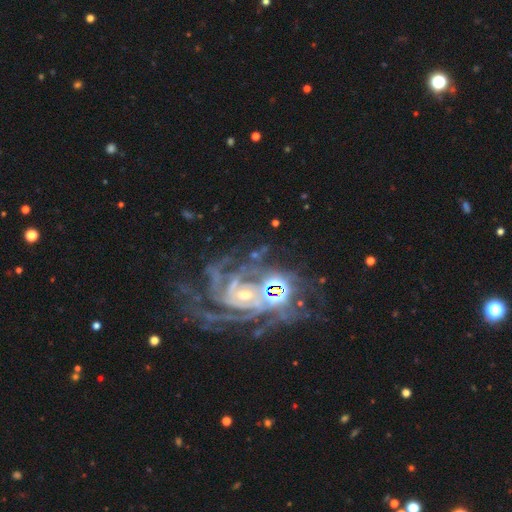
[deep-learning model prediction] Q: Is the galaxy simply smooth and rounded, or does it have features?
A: featured or disk — 85%.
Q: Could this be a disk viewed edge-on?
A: no — 97%.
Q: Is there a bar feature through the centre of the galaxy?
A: no — 56%.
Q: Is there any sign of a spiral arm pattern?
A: yes — 97%.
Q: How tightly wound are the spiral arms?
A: tight — 61%.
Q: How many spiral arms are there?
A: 3 — 24%.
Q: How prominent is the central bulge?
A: small — 54%.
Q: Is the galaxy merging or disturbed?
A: none — 52%.